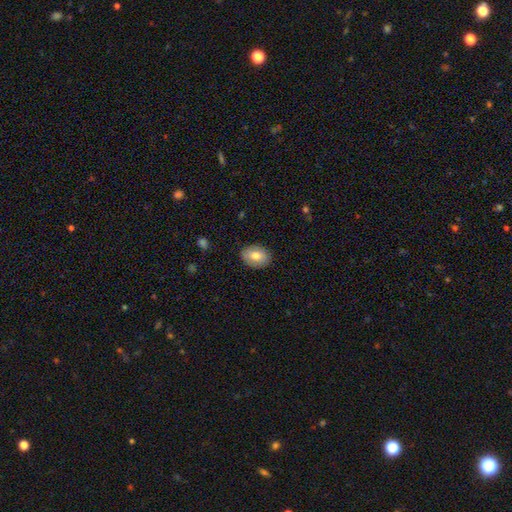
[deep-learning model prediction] Smooth or featured? Predicted: smooth (p=0.74). How rounded? Predicted: in between (p=0.75). Merging? Predicted: none (p=0.87).